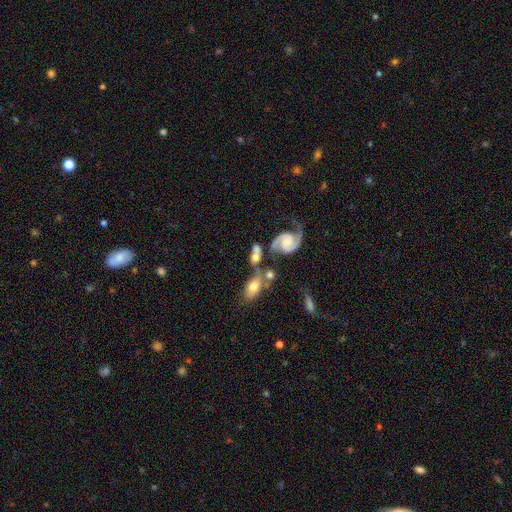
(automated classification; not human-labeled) This appears to be a featured or disk galaxy (59%) with no bar (61%), spiral arms (84%) and a moderate central bulge (32%). Merging: merger (38%).